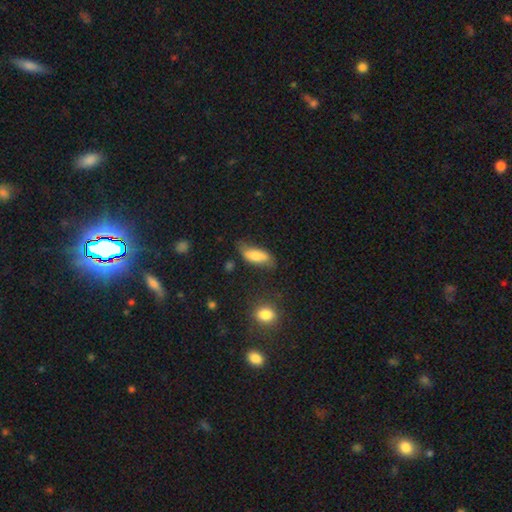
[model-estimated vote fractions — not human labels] smooth-or-featured: smooth: 73% | featured or disk: 20% | star or artifact: 7%
  how-rounded: in between: 73% | cigar-shaped: 24% | round: 3%
  merging: none: 57% | minor disturbance: 30% | major disturbance: 10% | merger: 3%